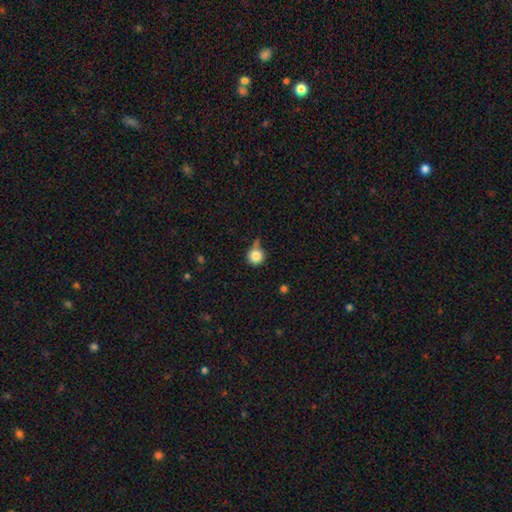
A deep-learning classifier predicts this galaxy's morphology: Smooth or featured: smooth — 83% (star or artifact — 10%)
How rounded: round — 93% (in between — 6%)
Merging: none — 58% (minor disturbance — 23%)